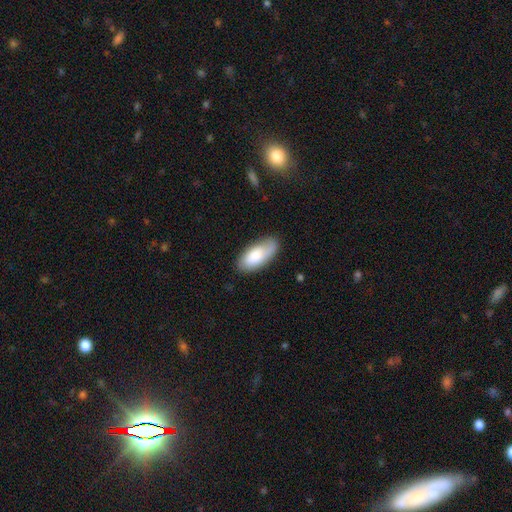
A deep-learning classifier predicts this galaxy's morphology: Smooth or featured: smooth — 79% (featured or disk — 15%)
How rounded: in between — 91% (cigar-shaped — 7%)
Merging: none — 75% (minor disturbance — 18%)